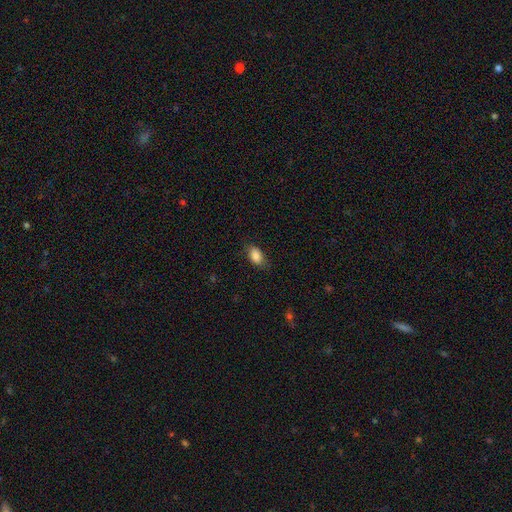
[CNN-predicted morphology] Q: Smooth or featured?
A: smooth (86%); runner-up: star or artifact (8%)
Q: How rounded?
A: in between (88%); runner-up: round (9%)
Q: Merging?
A: none (77%); runner-up: minor disturbance (18%)